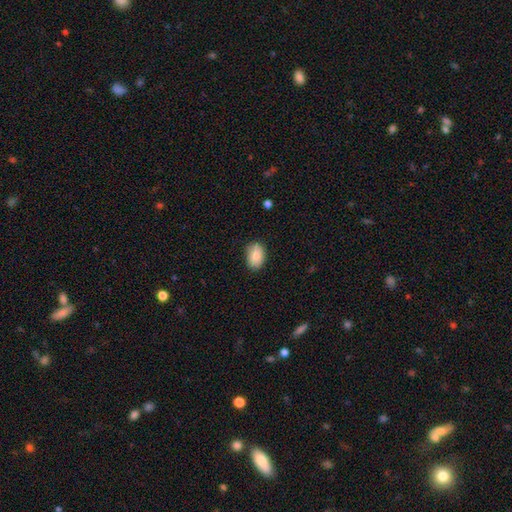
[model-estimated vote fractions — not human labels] Smooth or featured? Predicted: smooth (p=0.87). How rounded? Predicted: in between (p=0.84). Merging? Predicted: none (p=0.82).